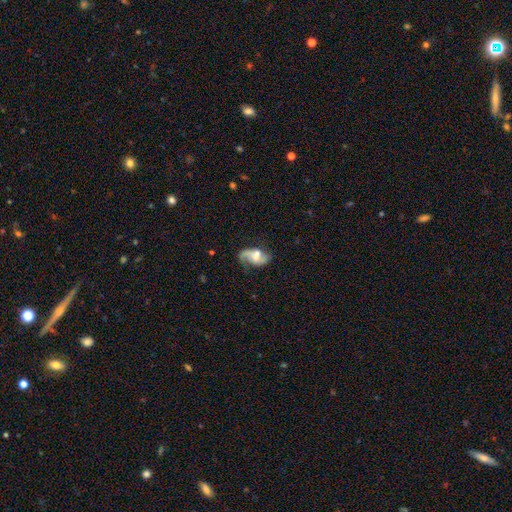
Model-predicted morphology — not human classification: smooth-or-featured: featured or disk: 74% | smooth: 19% | star or artifact: 7%
  disk-edge-on: no: 96% | yes: 4%
    bar: weak: 45% | no: 41% | strong: 14%
    has-spiral-arms: yes: 90% | no: 10%
      spiral-winding: loose: 60% | medium: 31% | tight: 9%
      spiral-arm-count: 2: 85% | 1: 7% | can't tell: 5% | 3: 1% | 4: 1% | more than 4: 1%
    bulge-size: moderate: 43% | small: 27% | large: 14% | none: 14% | dominant: 2%
  merging: none: 55% | minor disturbance: 23% | major disturbance: 15% | merger: 7%